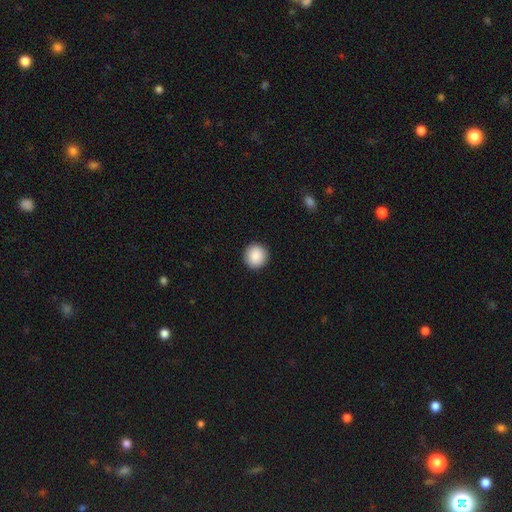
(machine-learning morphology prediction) Smooth or featured? Predicted: smooth (p=0.89). How rounded? Predicted: round (p=0.94). Merging? Predicted: none (p=0.92).